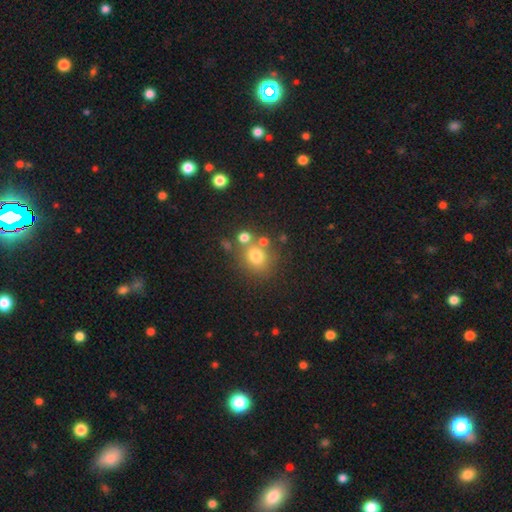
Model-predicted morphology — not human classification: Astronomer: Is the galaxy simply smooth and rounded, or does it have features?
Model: smooth — 73%.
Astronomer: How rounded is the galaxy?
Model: round — 79%.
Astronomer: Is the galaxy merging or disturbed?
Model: none — 64%.